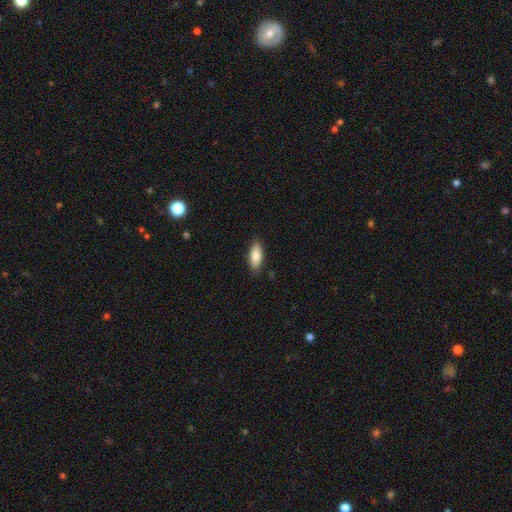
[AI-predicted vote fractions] The model was most divided on "how rounded": in between: 78%, cigar-shaped: 20%, round: 2%. More confident: merging — none (85%); smooth or featured — smooth (81%).